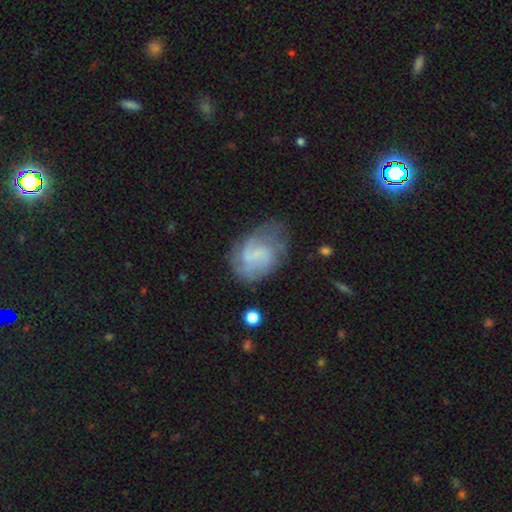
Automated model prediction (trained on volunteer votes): Smooth or featured: featured or disk — 61% (smooth — 31%)
Edge-on disk: no — 97% (yes — 3%)
Bar: no — 54% (weak — 39%)
Spiral arms: yes — 79% (no — 21%)
Bulge size: none — 48% (small — 36%)
Merging: none — 51% (minor disturbance — 26%)